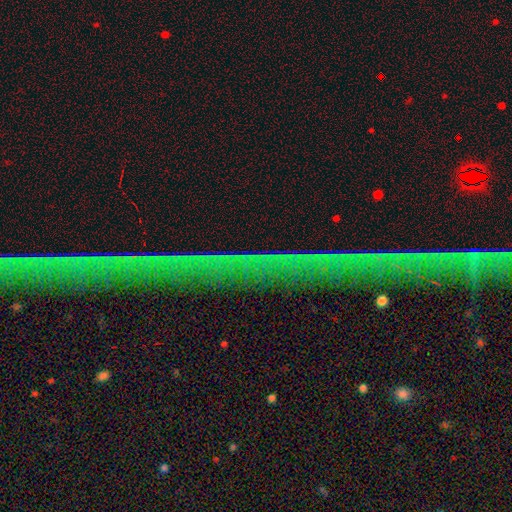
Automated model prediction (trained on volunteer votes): Q: Smooth or featured?
A: star or artifact (74%); runner-up: featured or disk (15%)